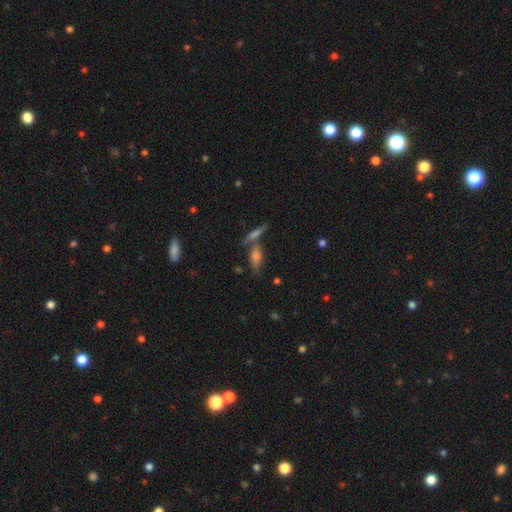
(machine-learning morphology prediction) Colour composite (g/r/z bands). It shows a smooth galaxy with no disk features (53%) that is in between round and cigar-shaped (55%). Merging: none (55%).